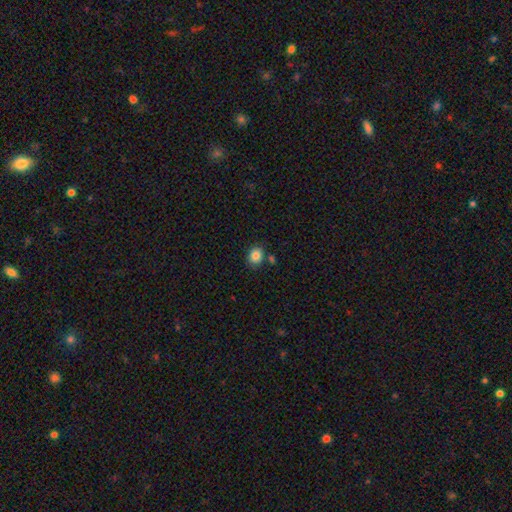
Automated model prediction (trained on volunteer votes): smooth 84%, star or artifact 10%, featured or disk 6%. Down the decision tree: how rounded — round (57%); merging — none (79%).